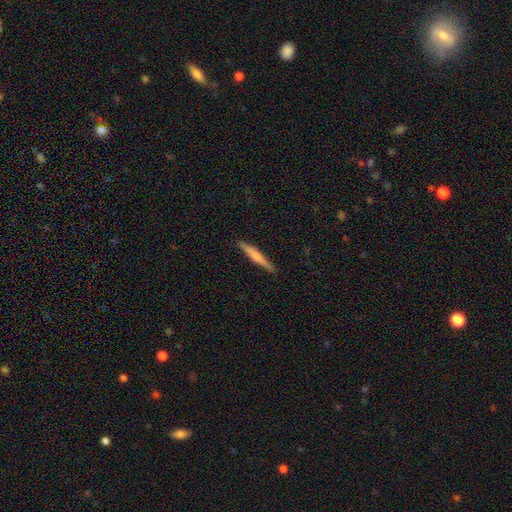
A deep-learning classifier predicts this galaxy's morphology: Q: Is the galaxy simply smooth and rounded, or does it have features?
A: smooth — 55%.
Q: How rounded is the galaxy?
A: cigar-shaped — 95%.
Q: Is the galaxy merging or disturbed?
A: none — 91%.